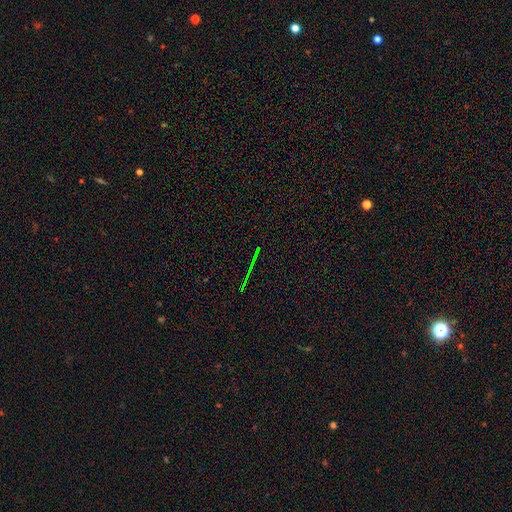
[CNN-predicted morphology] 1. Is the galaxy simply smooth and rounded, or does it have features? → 75% star or artifact, 14% featured or disk, 11% smooth.